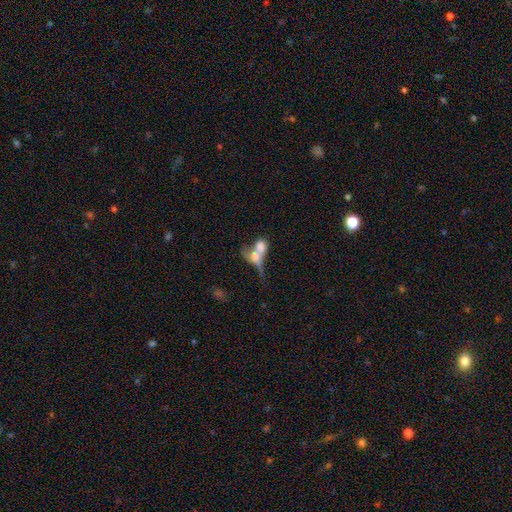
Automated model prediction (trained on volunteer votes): A smooth galaxy with no disk features (53%) that is in between round and cigar-shaped (61%).

Vote fractions:
- Smooth or featured? smooth: 53% / featured or disk: 36% / star or artifact: 11%
- How rounded? in between: 61% / round: 28% / cigar-shaped: 11%
- Merging? merger: 71% / none: 12% / major disturbance: 11% / minor disturbance: 6%